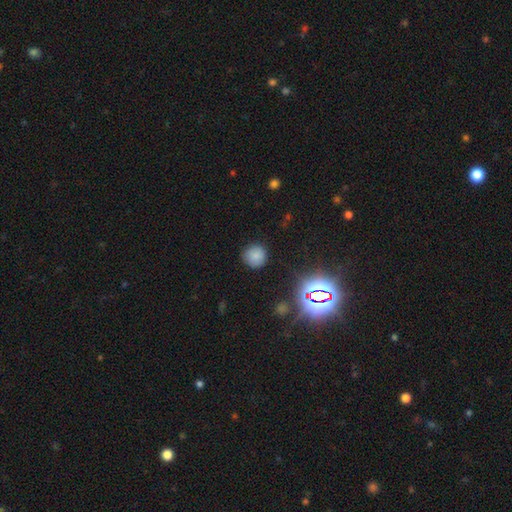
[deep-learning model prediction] Q: Smooth or featured?
A: smooth (78%); runner-up: star or artifact (16%)
Q: How rounded?
A: round (92%); runner-up: in between (7%)
Q: Merging?
A: none (85%); runner-up: minor disturbance (11%)